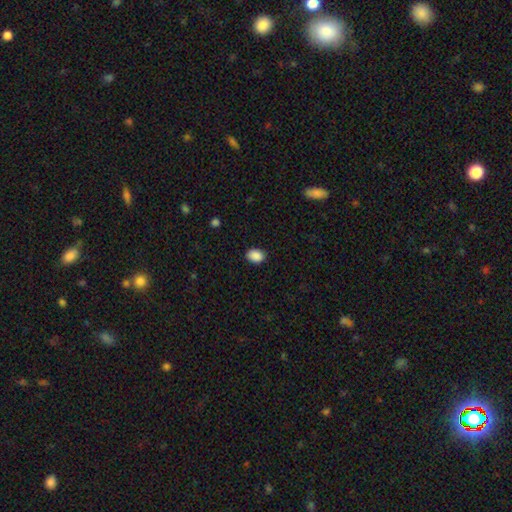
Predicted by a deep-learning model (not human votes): smooth-or-featured: smooth: 89% | star or artifact: 8% | featured or disk: 3%
  how-rounded: in between: 74% | round: 25% | cigar-shaped: 1%
  merging: none: 86% | minor disturbance: 11% | major disturbance: 2% | merger: 1%